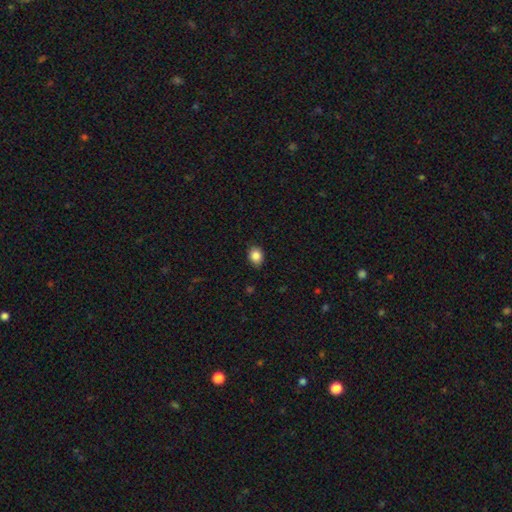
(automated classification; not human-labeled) A smooth galaxy with no disk features (87%) that is in between round and cigar-shaped (61%).

Vote fractions:
- Smooth or featured? smooth: 87% / star or artifact: 9% / featured or disk: 4%
- How rounded? in between: 61% / round: 38% / cigar-shaped: 1%
- Merging? none: 85% / minor disturbance: 11% / major disturbance: 2% / merger: 1%